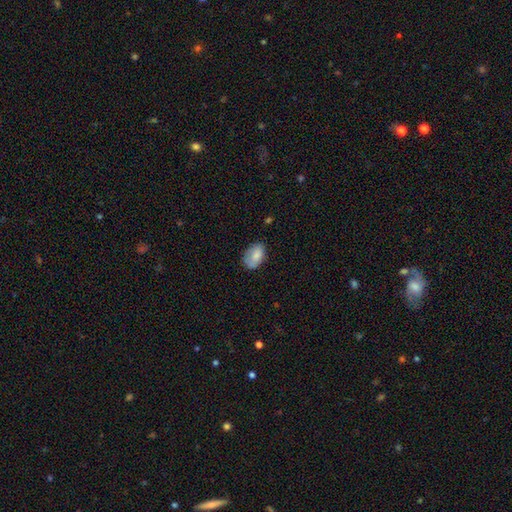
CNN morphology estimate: A smooth galaxy with no disk features (81%) that is in between round and cigar-shaped (89%). Merging: none (64%).